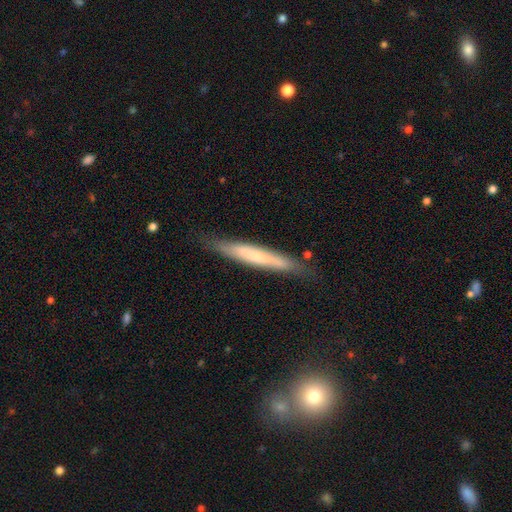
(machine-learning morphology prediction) This appears to be a smooth galaxy with no disk features (49%). Merging: none (83%).